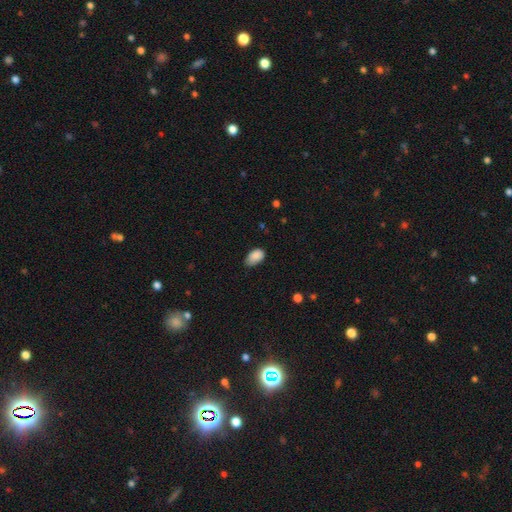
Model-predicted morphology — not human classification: This appears to be a smooth galaxy with no disk features (87%) that is in between round and cigar-shaped (91%). Merging: none (54%).